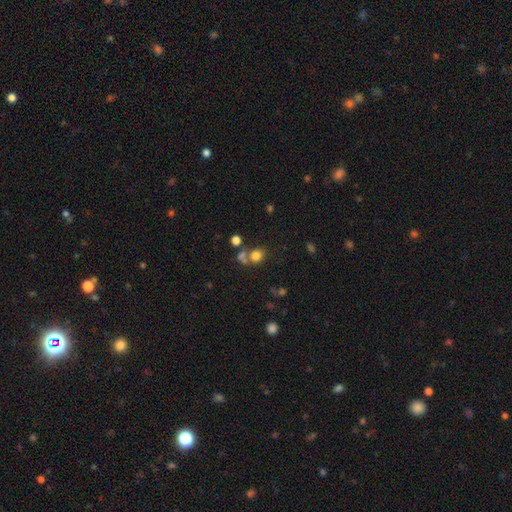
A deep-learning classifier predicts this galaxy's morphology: Smooth or featured?
  - smooth: 76% *
  - star or artifact: 16%
  - featured or disk: 9%
How rounded?
  - round: 73% *
  - in between: 26%
  - cigar-shaped: 1%
Merging?
  - none: 55% *
  - merger: 28%
  - minor disturbance: 11%
  - major disturbance: 6%